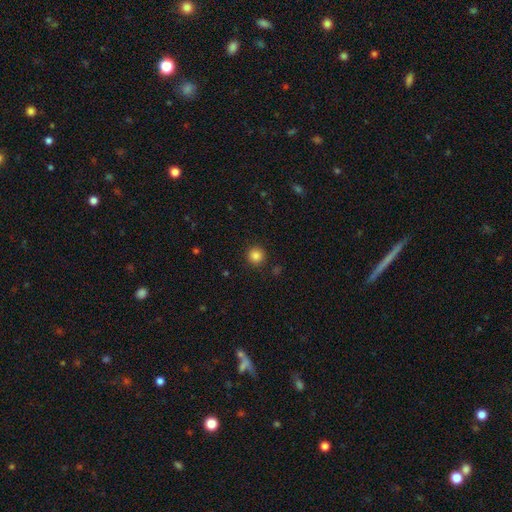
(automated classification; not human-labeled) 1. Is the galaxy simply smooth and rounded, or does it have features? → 85% smooth, 11% star or artifact, 3% featured or disk.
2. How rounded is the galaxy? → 95% round, 4% in between, 1% cigar-shaped.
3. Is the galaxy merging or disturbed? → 91% none, 6% minor disturbance, 2% major disturbance, 1% merger.